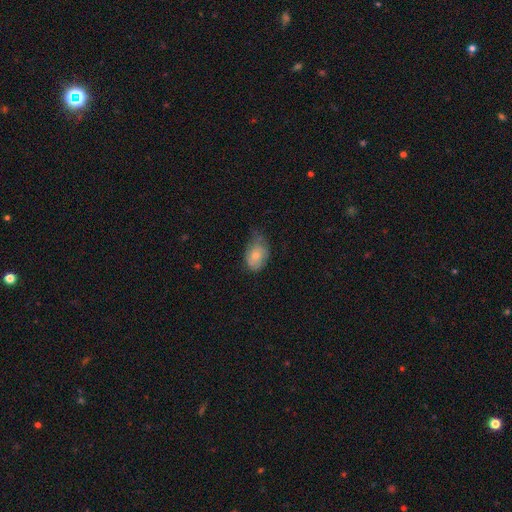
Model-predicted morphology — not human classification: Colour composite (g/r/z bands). It shows a smooth galaxy with no disk features (68%) that is in between round and cigar-shaped (83%). Merging: minor disturbance (42%).